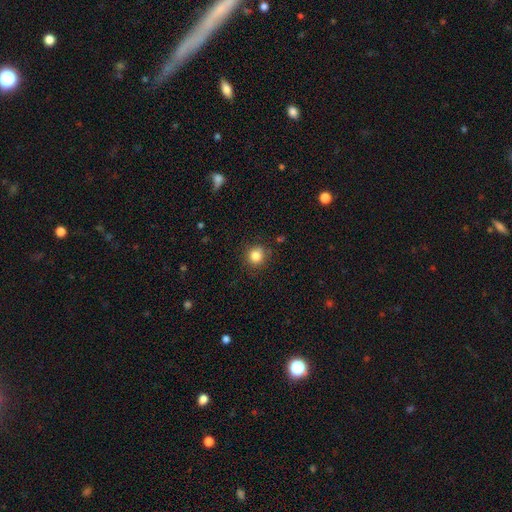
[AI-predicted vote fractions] smooth-or-featured: smooth: 84% | star or artifact: 11% | featured or disk: 5%
  how-rounded: round: 90% | in between: 9% | cigar-shaped: 1%
  merging: none: 84% | minor disturbance: 11% | major disturbance: 3% | merger: 2%